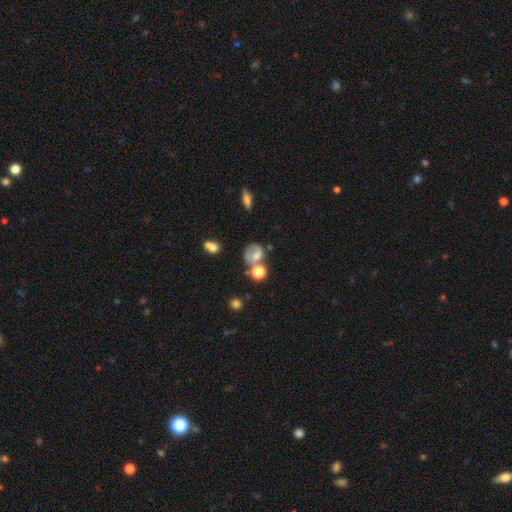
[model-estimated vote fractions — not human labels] Smooth or featured? Predicted: smooth (p=0.60). How rounded? Predicted: round (p=0.60). Merging? Predicted: none (p=0.39).